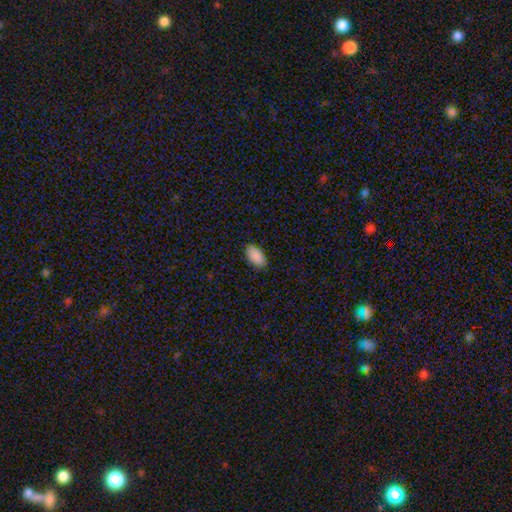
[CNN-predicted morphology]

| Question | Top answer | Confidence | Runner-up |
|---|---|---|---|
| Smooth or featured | smooth | 91% | star or artifact (7%) |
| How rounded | in between | 95% | round (3%) |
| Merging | none | 88% | minor disturbance (9%) |